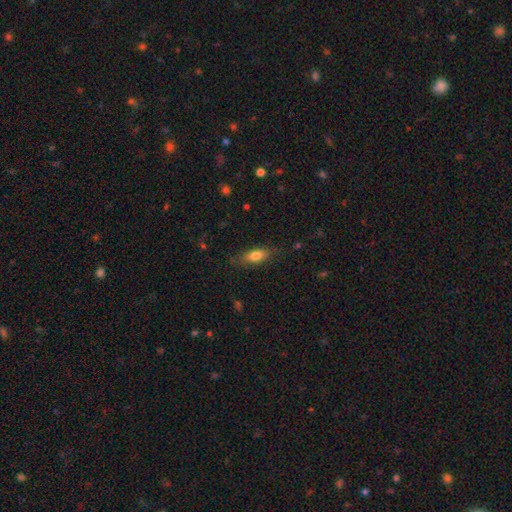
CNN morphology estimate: Smooth or featured?
  - smooth: 75% *
  - featured or disk: 17%
  - star or artifact: 8%
How rounded?
  - in between: 69% *
  - cigar-shaped: 28%
  - round: 3%
Merging?
  - none: 79% *
  - minor disturbance: 16%
  - major disturbance: 4%
  - merger: 1%